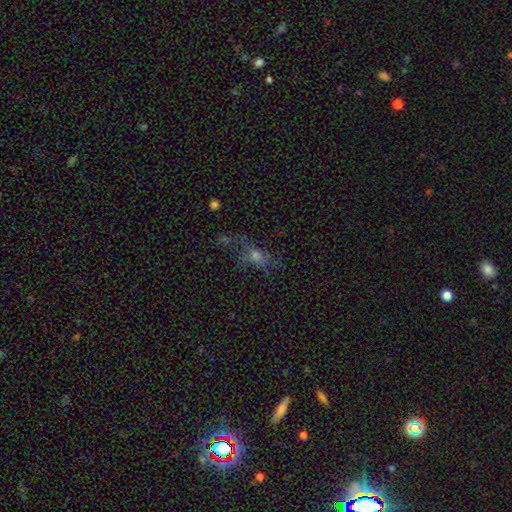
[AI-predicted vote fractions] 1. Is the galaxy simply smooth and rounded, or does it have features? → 39% smooth, 32% featured or disk, 28% star or artifact.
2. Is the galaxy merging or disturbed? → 47% none, 25% major disturbance, 19% minor disturbance, 9% merger.